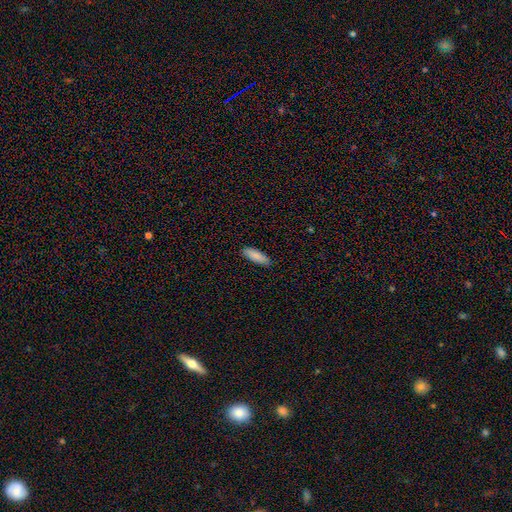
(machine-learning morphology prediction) type=smooth (87%); roundness=in between (51%); merging=none (88%).